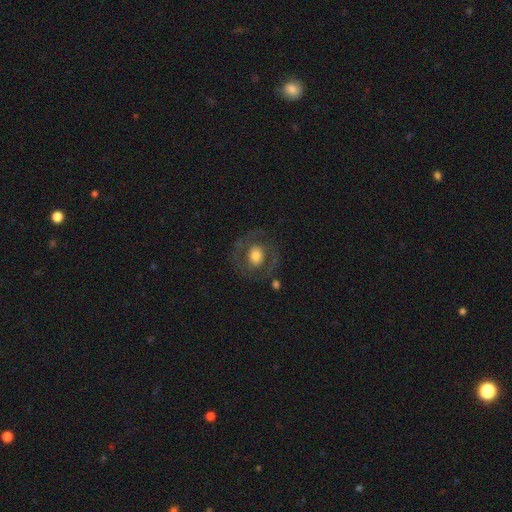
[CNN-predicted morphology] featured or disk 48%, smooth 44%, star or artifact 8%. Down the decision tree: merging — none (74%).